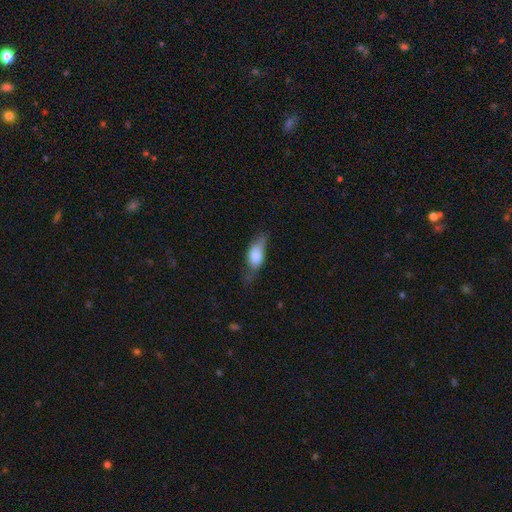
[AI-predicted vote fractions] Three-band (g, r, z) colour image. It shows a smooth galaxy with no disk features (70%) that is in between round and cigar-shaped (78%). Merging: none (44%).